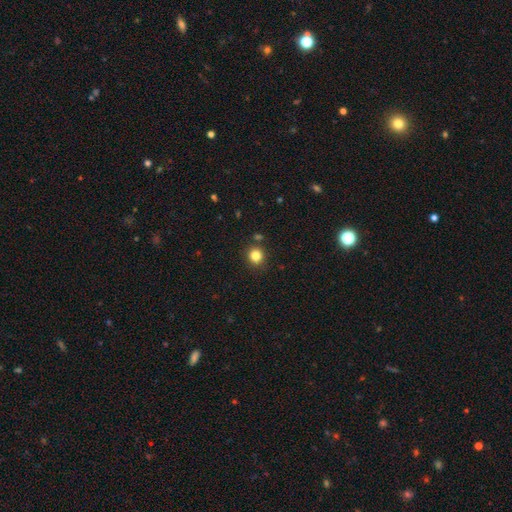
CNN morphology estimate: smooth_or_featured: smooth (p=0.82) [alt: star or artifact p=0.13]
how_rounded: round (p=0.88) [alt: in between p=0.11]
merging: none (p=0.86) [alt: minor disturbance p=0.08]